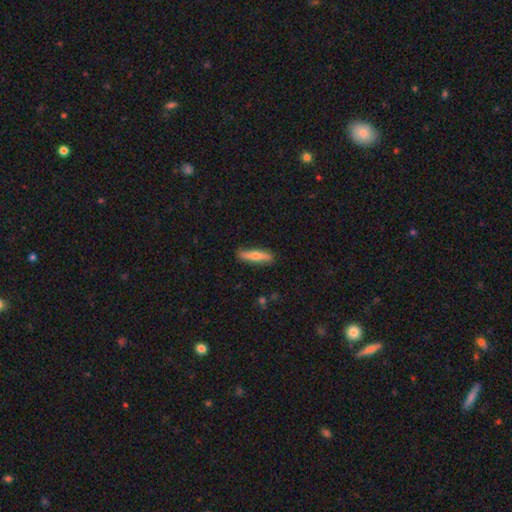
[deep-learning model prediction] This is likely a smooth galaxy (66%). How rounded: clearly cigar-shaped (82%). Merging: clearly none (86%).